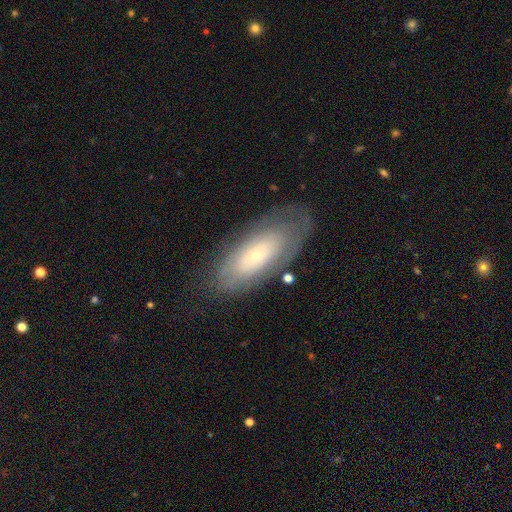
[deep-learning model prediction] This is possibly a featured or disk galaxy (47%). Merging: likely none (71%).